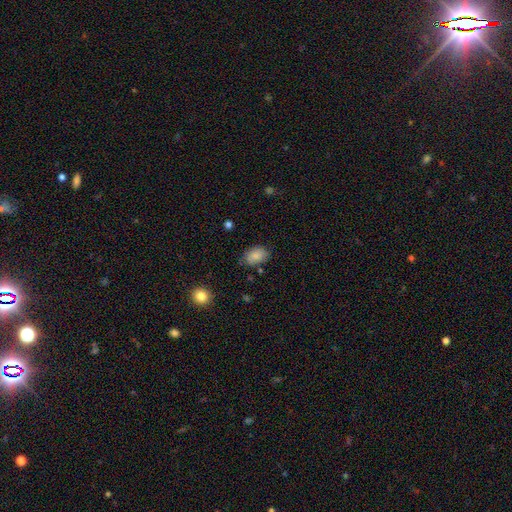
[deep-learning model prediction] The model was most divided on "merging": none: 73%, minor disturbance: 20%, major disturbance: 4%, merger: 2%. More confident: how rounded — in between (85%); smooth or featured — smooth (84%).